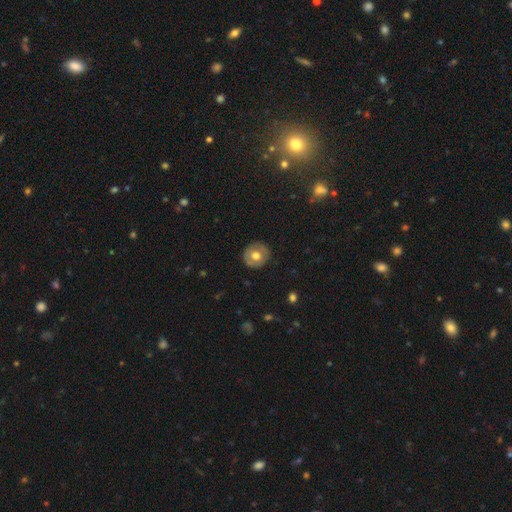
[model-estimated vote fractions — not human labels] smooth_or_featured: smooth (p=0.62) [alt: featured or disk p=0.31]
how_rounded: round (p=0.92) [alt: in between p=0.07]
merging: none (p=0.88) [alt: minor disturbance p=0.09]